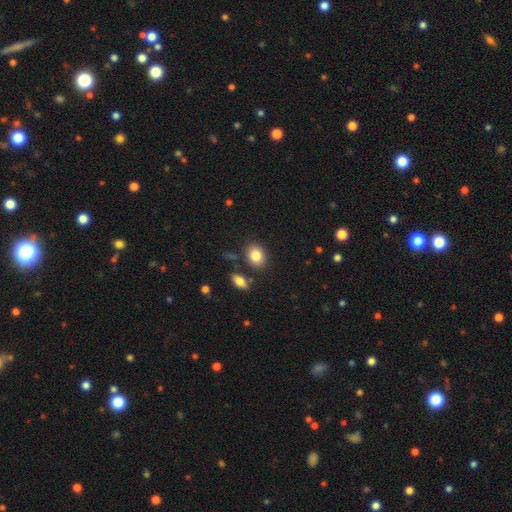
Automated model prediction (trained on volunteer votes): This is clearly a smooth galaxy (83%). How rounded: possibly in between (53%). Merging: clearly none (81%).